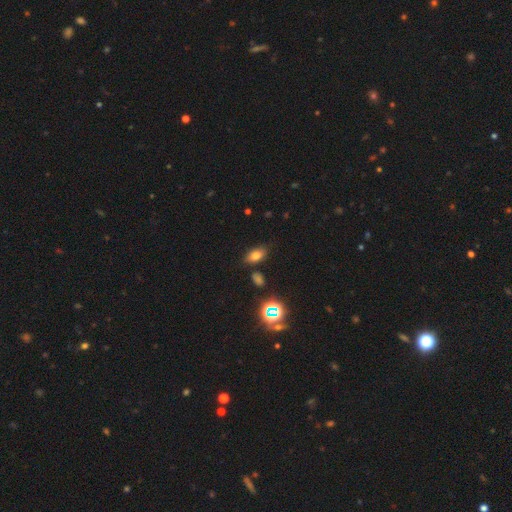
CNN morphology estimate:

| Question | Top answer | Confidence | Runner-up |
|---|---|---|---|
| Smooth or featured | smooth | 70% | star or artifact (19%) |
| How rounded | in between | 86% | round (11%) |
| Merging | none | 80% | minor disturbance (13%) |